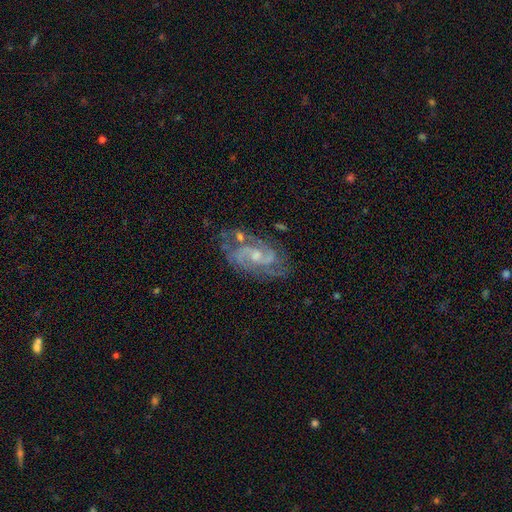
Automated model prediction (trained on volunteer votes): smooth-or-featured: featured or disk: 88% | star or artifact: 6% | smooth: 5%
  disk-edge-on: no: 97% | yes: 3%
    bar: no: 48% | weak: 43% | strong: 10%
    has-spiral-arms: yes: 97% | no: 3%
      spiral-winding: medium: 52% | tight: 37% | loose: 12%
      spiral-arm-count: 2: 71% | 3: 13% | can't tell: 8% | 4: 3% | 1: 3% | more than 4: 2%
    bulge-size: small: 53% | moderate: 40% | none: 5% | large: 2% | dominant: 1%
  merging: none: 70% | minor disturbance: 19% | major disturbance: 8% | merger: 4%